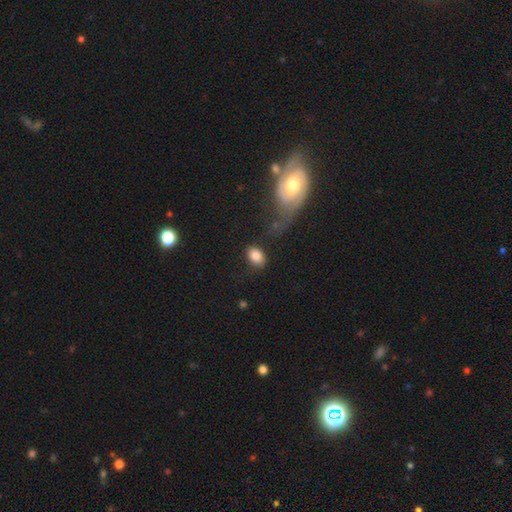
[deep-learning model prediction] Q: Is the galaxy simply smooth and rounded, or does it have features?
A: smooth — 84%.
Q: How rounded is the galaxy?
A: in between — 80%.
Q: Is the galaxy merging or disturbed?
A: none — 73%.